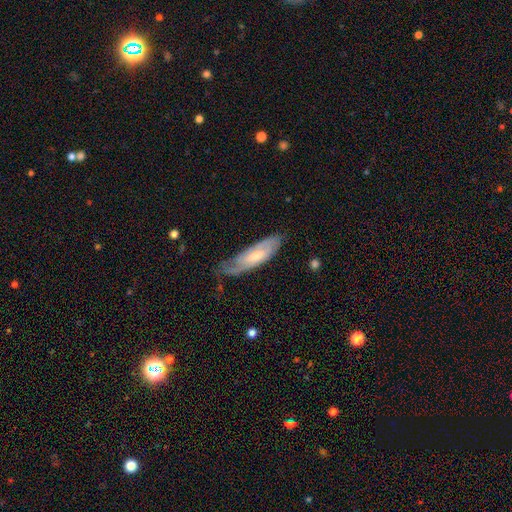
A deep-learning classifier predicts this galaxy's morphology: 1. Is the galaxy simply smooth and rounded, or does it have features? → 57% featured or disk, 38% smooth, 6% star or artifact.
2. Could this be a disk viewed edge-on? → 74% no, 26% yes.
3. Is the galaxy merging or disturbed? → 58% none, 30% minor disturbance, 10% major disturbance, 2% merger.